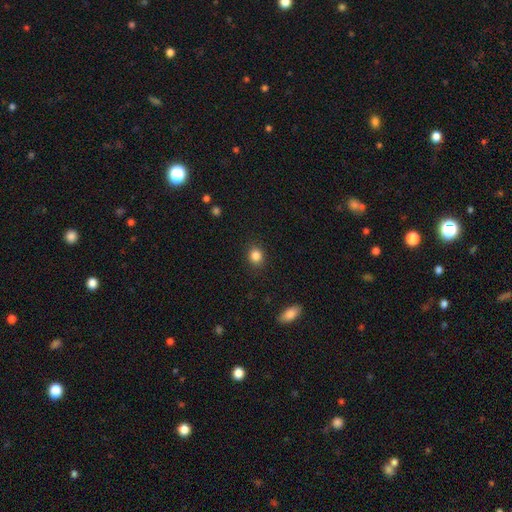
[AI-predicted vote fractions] smooth_or_featured: smooth (p=0.85) [alt: star or artifact p=0.11]
how_rounded: round (p=0.72) [alt: in between p=0.27]
merging: none (p=0.88) [alt: minor disturbance p=0.08]